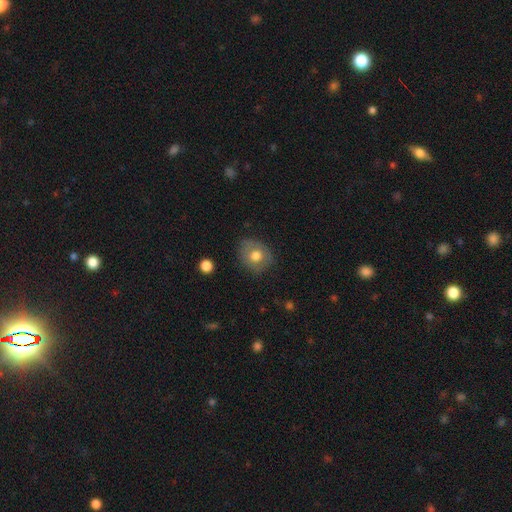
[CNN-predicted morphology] Overall: smooth (68%). How rounded: round (68%; in between 31%). Merging: none (75%).